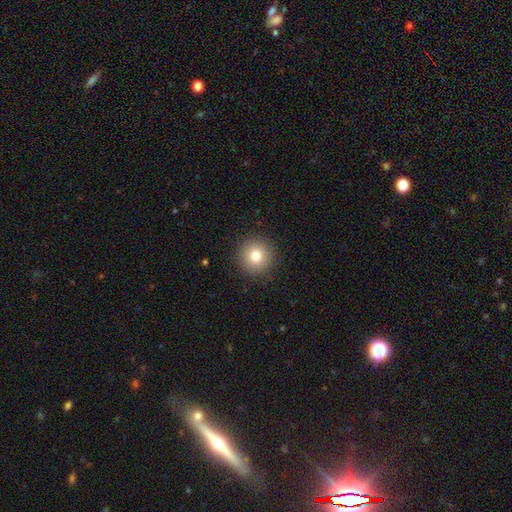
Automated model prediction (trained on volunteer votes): Q: Smooth or featured?
A: smooth (80%); runner-up: star or artifact (11%)
Q: How rounded?
A: round (95%); runner-up: in between (4%)
Q: Merging?
A: none (91%); runner-up: minor disturbance (6%)